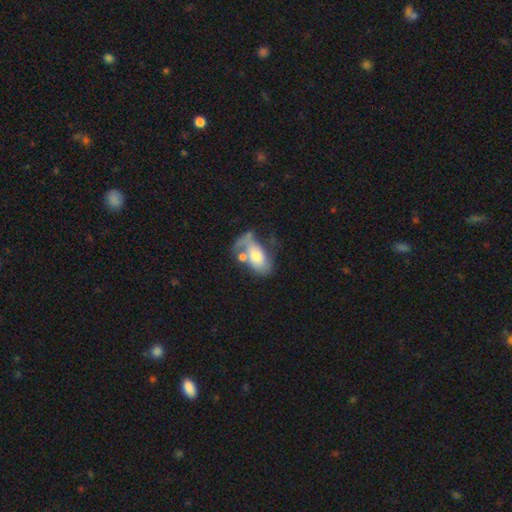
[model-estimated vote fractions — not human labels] The model was most divided on "merging": major disturbance: 28%, none: 27%, merger: 26%, minor disturbance: 20%. Remaining: smooth or featured — smooth (49%).